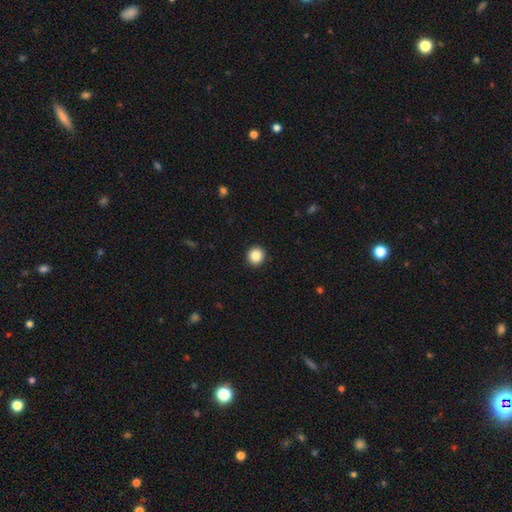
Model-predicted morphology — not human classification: This is clearly a smooth galaxy (86%). How rounded: clearly round (94%). Merging: clearly none (93%).